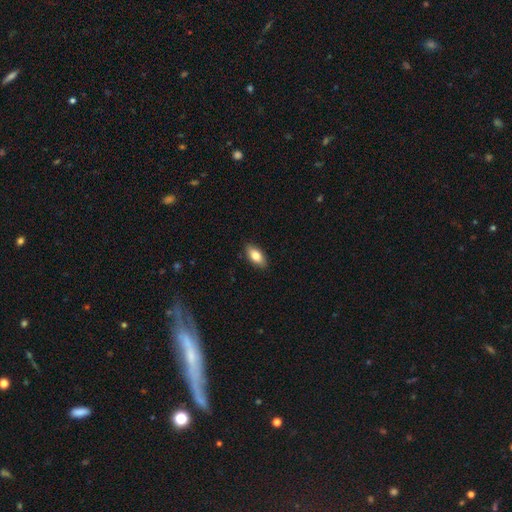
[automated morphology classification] Smooth or featured?
  - smooth: 81% *
  - featured or disk: 13%
  - star or artifact: 7%
How rounded?
  - in between: 89% *
  - cigar-shaped: 8%
  - round: 3%
Merging?
  - none: 88% *
  - minor disturbance: 9%
  - major disturbance: 2%
  - merger: 1%